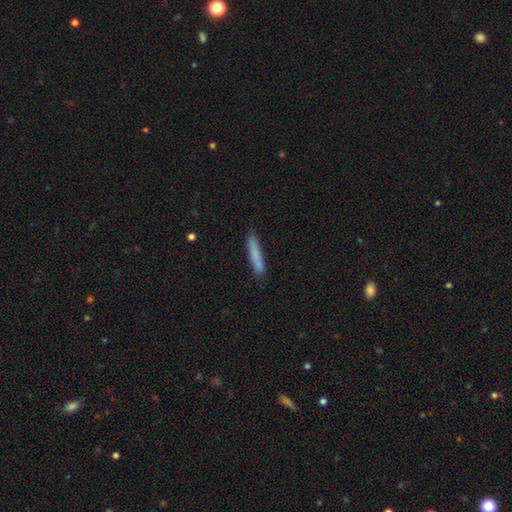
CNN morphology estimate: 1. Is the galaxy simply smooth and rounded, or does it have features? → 77% smooth, 16% featured or disk, 7% star or artifact.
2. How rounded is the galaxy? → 93% cigar-shaped, 5% in between, 1% round.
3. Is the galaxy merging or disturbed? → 84% none, 12% minor disturbance, 2% merger, 2% major disturbance.